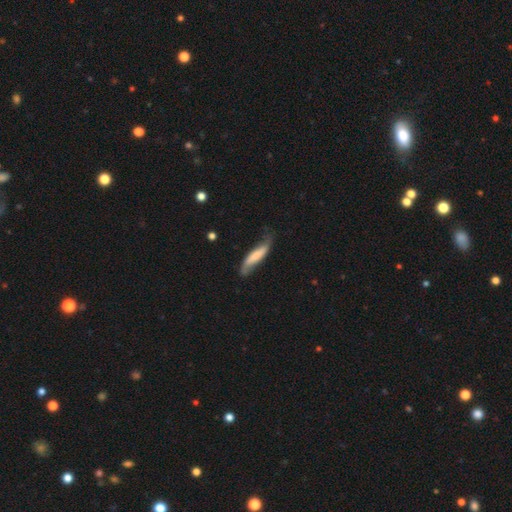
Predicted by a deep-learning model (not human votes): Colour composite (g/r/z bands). It shows a smooth galaxy with no disk features (56%) that is cigar-shaped (75%). Merging: none (51%).